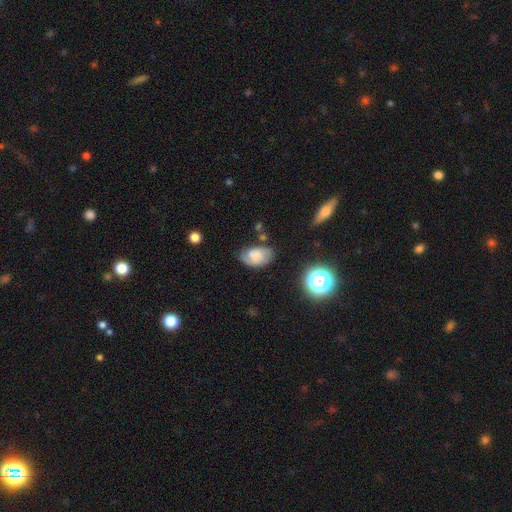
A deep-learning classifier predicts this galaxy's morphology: The model was most divided on "smooth or featured": smooth: 58%, featured or disk: 31%, star or artifact: 11%. More confident: how rounded — in between (89%); merging — none (62%).